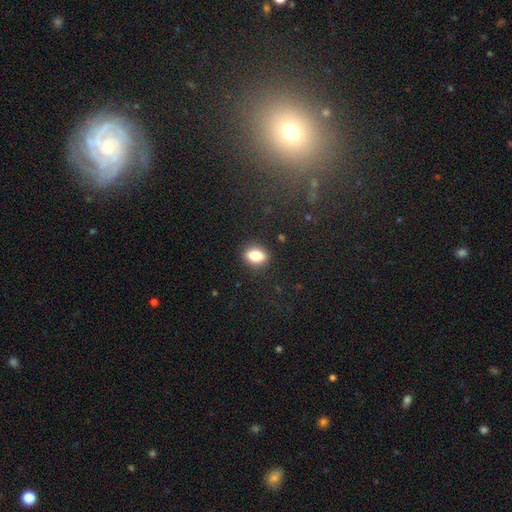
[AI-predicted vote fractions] Smooth or featured? Predicted: smooth (p=0.82). How rounded? Predicted: in between (p=0.72). Merging? Predicted: none (p=0.88).